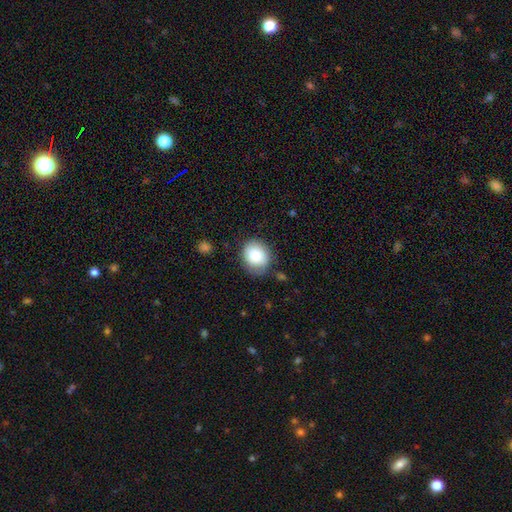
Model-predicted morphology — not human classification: Overall: smooth (82%). How rounded: round (62%; in between 37%). Merging: none (74%).